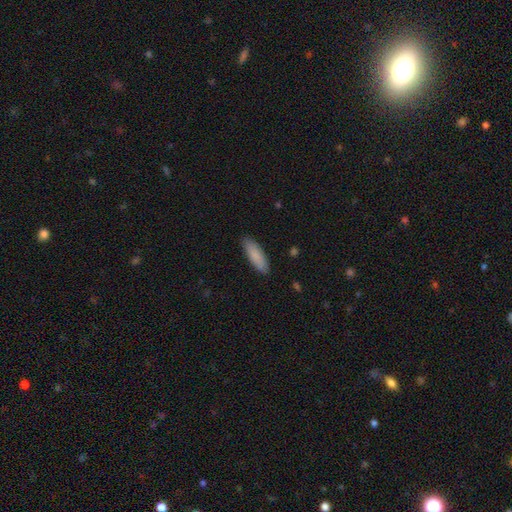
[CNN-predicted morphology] type=smooth (87%); roundness=cigar-shaped (50%); merging=none (88%).